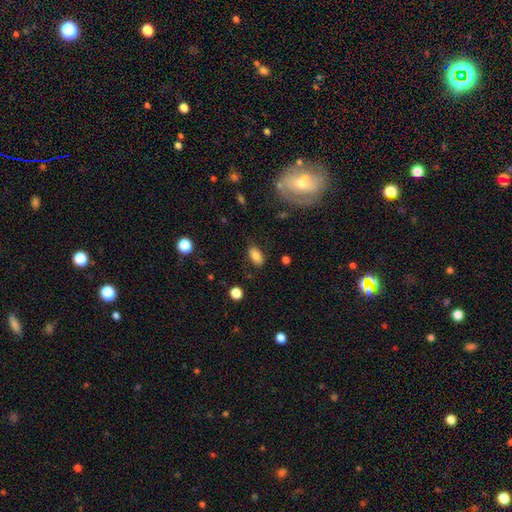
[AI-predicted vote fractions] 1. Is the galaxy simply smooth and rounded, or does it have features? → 82% smooth, 9% featured or disk, 9% star or artifact.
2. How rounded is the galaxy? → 90% in between, 6% round, 5% cigar-shaped.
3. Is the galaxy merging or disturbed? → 81% none, 13% minor disturbance, 4% major disturbance, 2% merger.